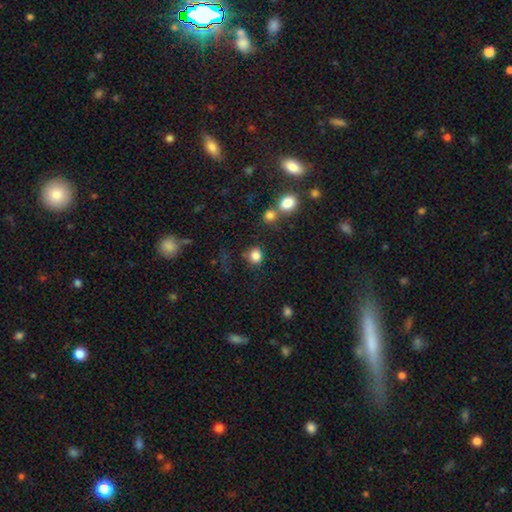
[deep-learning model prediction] This is clearly a smooth galaxy (84%). How rounded: clearly round (82%). Merging: likely none (73%).